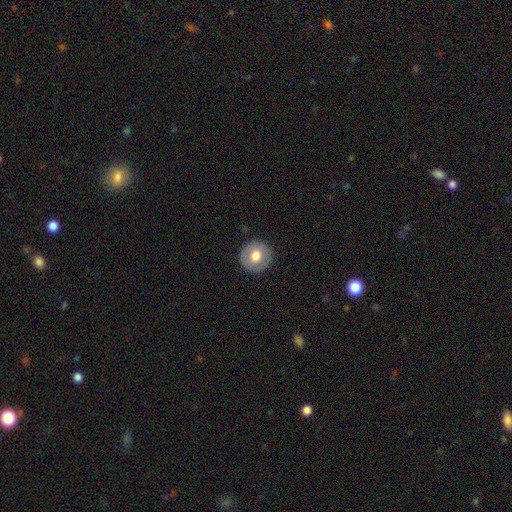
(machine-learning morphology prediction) Smooth or featured: smooth — 69% (featured or disk — 24%)
How rounded: round — 93% (in between — 6%)
Merging: none — 90% (minor disturbance — 7%)